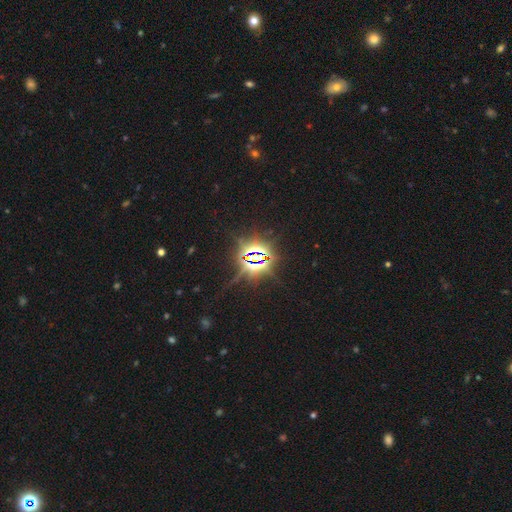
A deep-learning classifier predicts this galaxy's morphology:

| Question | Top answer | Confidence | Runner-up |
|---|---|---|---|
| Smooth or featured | star or artifact | 85% | featured or disk (8%) |